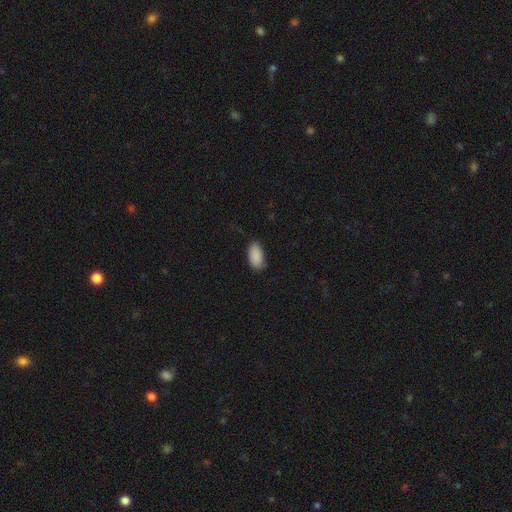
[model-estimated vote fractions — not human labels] Overall: smooth (90%). How rounded: in between (94%). Merging: none (79%).